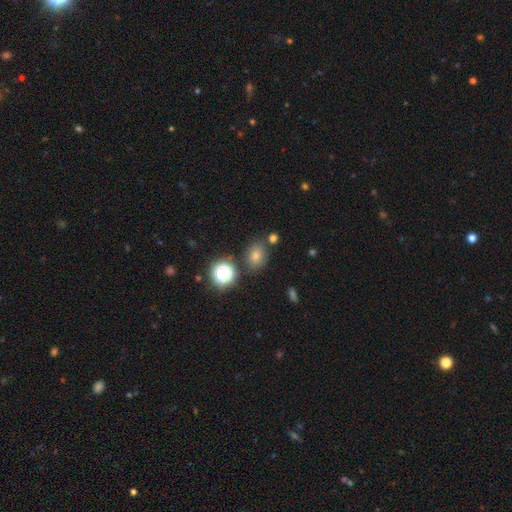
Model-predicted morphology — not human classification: This is likely a smooth galaxy (60%). How rounded: possibly round (50%). Merging: likely none (77%).